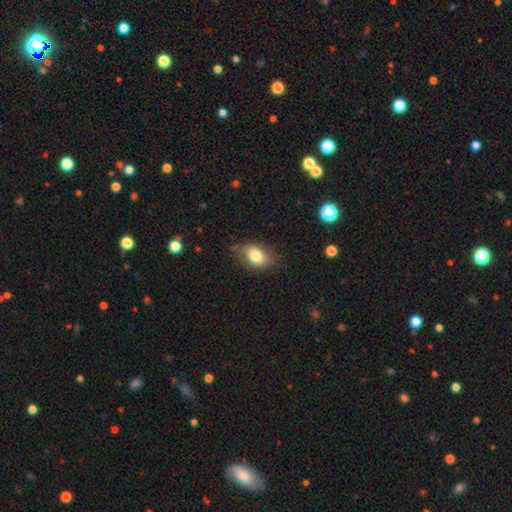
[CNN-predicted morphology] A smooth galaxy with no disk features (80%) that is in between round and cigar-shaped (78%).

Vote fractions:
- Smooth or featured? smooth: 80% / featured or disk: 11% / star or artifact: 9%
- How rounded? in between: 78% / round: 20% / cigar-shaped: 1%
- Merging? none: 71% / minor disturbance: 21% / major disturbance: 6% / merger: 2%